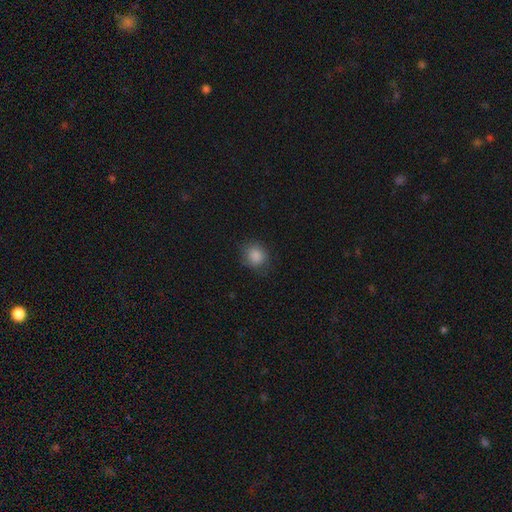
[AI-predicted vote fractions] smooth_or_featured: smooth (p=0.87) [alt: star or artifact p=0.09]
how_rounded: round (p=0.76) [alt: in between p=0.23]
merging: none (p=0.74) [alt: minor disturbance p=0.19]